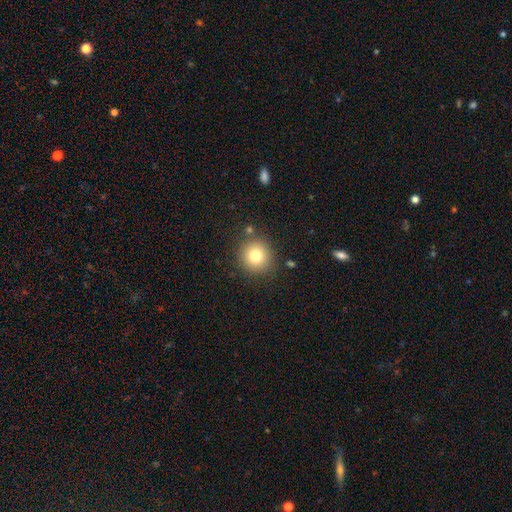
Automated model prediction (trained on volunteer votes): Smooth or featured?
  - smooth: 78% *
  - star or artifact: 12%
  - featured or disk: 10%
How rounded?
  - round: 94% *
  - in between: 6%
  - cigar-shaped: 1%
Merging?
  - none: 86% *
  - minor disturbance: 8%
  - merger: 3%
  - major disturbance: 3%